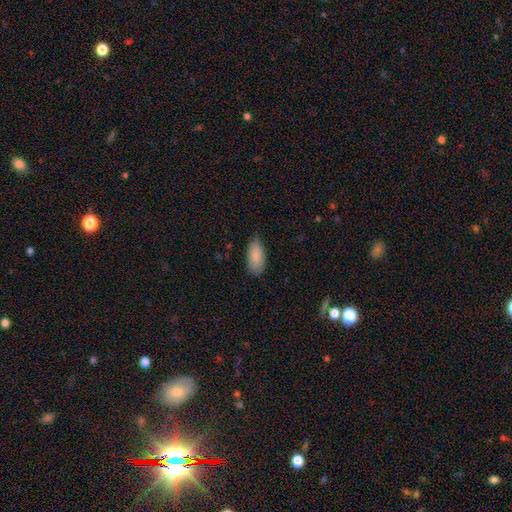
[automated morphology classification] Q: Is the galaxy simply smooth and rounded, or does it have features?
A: smooth — 88%.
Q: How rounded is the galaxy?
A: in between — 91%.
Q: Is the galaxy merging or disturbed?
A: none — 71%.